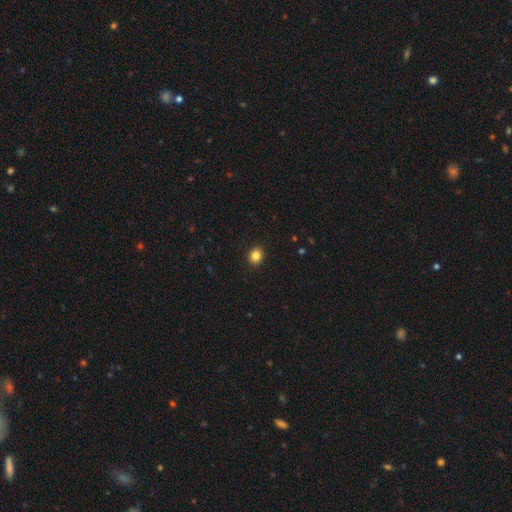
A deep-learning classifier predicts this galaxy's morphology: A smooth galaxy with no disk features (85%) that is round (64%).

Vote fractions:
- Smooth or featured? smooth: 85% / star or artifact: 11% / featured or disk: 5%
- How rounded? round: 64% / in between: 35% / cigar-shaped: 1%
- Merging? none: 92% / minor disturbance: 6% / major disturbance: 2% / merger: 1%